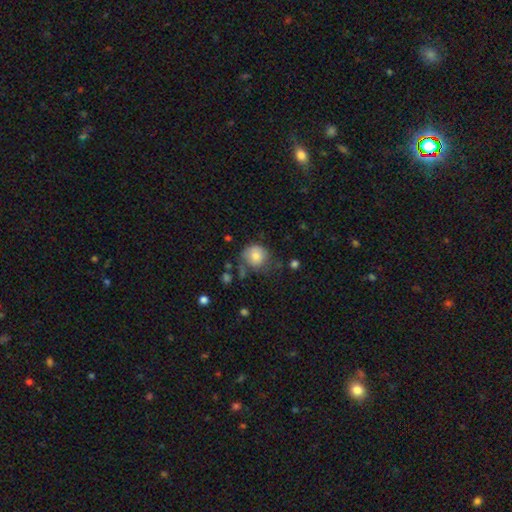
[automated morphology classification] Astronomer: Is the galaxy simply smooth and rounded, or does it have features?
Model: smooth — 79%.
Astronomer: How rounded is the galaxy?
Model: round — 81%.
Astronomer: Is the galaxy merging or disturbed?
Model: none — 55%.